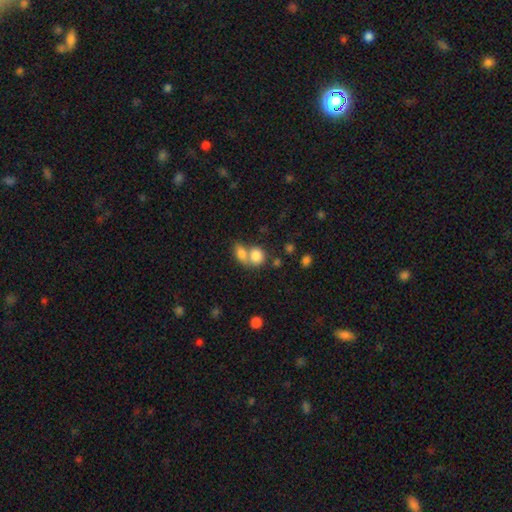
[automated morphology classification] Smooth or featured? smooth (81%)
How rounded? round (59%)
Merging? merger (59%)